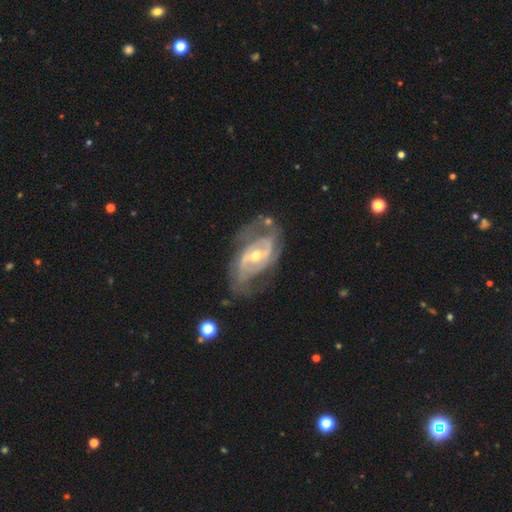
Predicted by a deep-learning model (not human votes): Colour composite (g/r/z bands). It shows a featured or disk galaxy (88%) with a weak bar (41%), 2 (67%) medium (43%) spiral arms (92%) and a moderate central bulge (56%). Merging: none (61%).